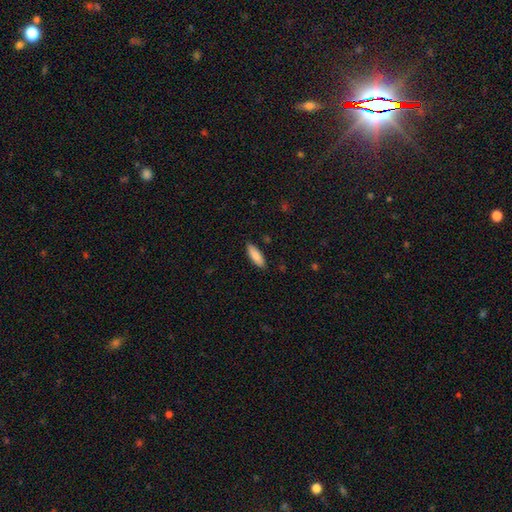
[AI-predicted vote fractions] Smooth or featured?
  - smooth: 88% *
  - star or artifact: 6%
  - featured or disk: 6%
How rounded?
  - in between: 58% *
  - cigar-shaped: 41%
  - round: 1%
Merging?
  - none: 88% *
  - minor disturbance: 9%
  - major disturbance: 2%
  - merger: 1%